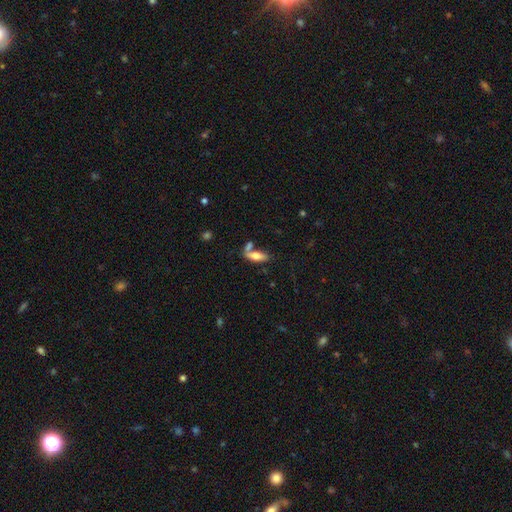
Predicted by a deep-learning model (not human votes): Morphology: type=smooth (66%); roundness=in between (63%); merging=none (51%).